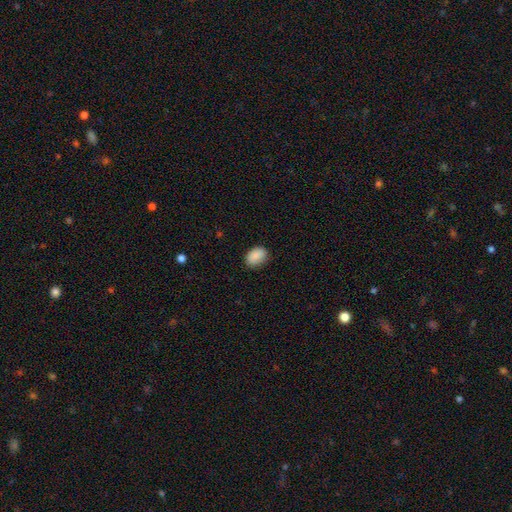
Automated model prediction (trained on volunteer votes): smooth_or_featured: smooth (p=0.89) [alt: star or artifact p=0.07]
how_rounded: in between (p=0.83) [alt: round p=0.16]
merging: none (p=0.81) [alt: minor disturbance p=0.15]